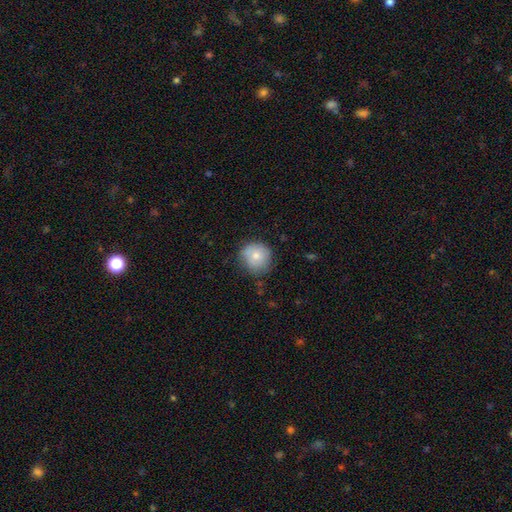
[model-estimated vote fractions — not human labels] Morphology: type=smooth (76%); roundness=round (91%); merging=none (71%).